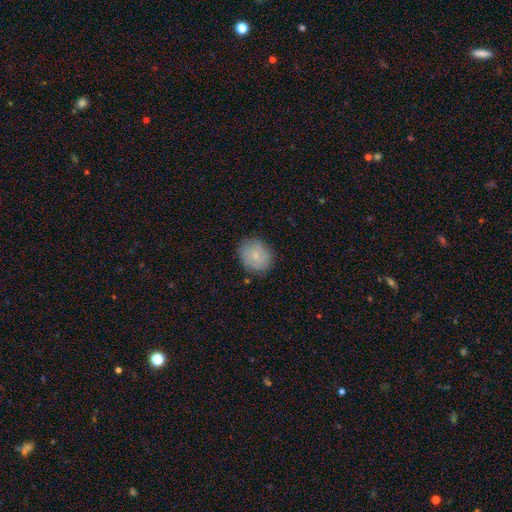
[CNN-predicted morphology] The model was most divided on "how rounded": round: 71%, in between: 28%, cigar-shaped: 1%. More confident: merging — none (81%); smooth or featured — smooth (73%).